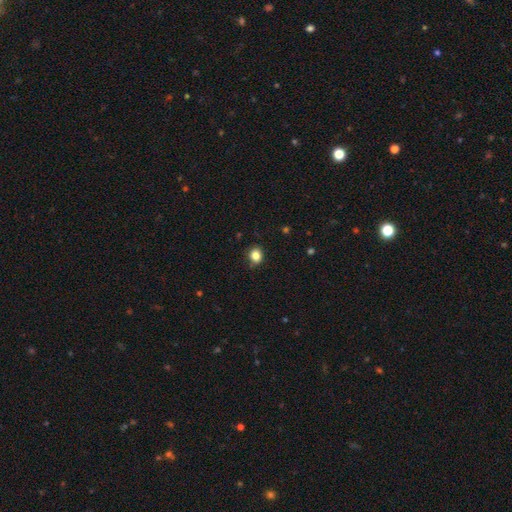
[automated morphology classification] A smooth galaxy with no disk features (84%) that is round (65%).

Vote fractions:
- Smooth or featured? smooth: 84% / star or artifact: 11% / featured or disk: 5%
- How rounded? round: 65% / in between: 34% / cigar-shaped: 1%
- Merging? none: 84% / minor disturbance: 13% / major disturbance: 2% / merger: 1%